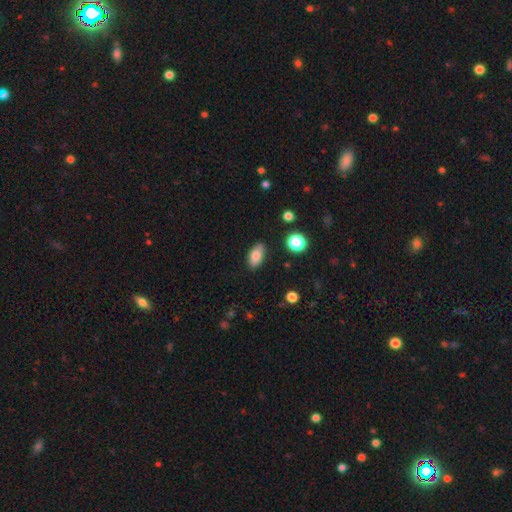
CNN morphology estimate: A smooth galaxy with no disk features (80%) that is in between round and cigar-shaped (89%).

Vote fractions:
- Smooth or featured? smooth: 80% / featured or disk: 12% / star or artifact: 8%
- How rounded? in between: 89% / cigar-shaped: 6% / round: 5%
- Merging? none: 84% / minor disturbance: 12% / major disturbance: 2% / merger: 2%